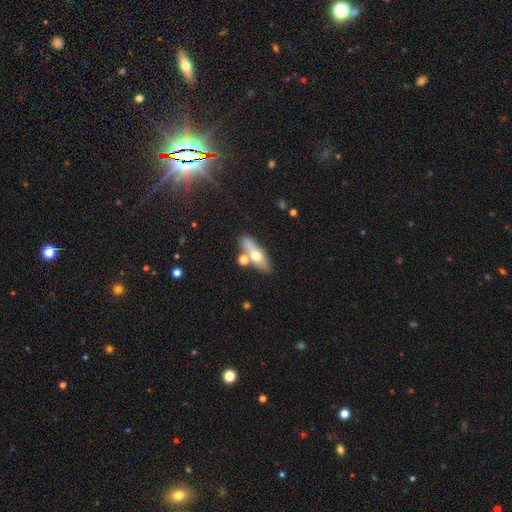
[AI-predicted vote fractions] Overall: smooth (56%; featured or disk 36%). How rounded: in between (54%; cigar-shaped 41%). Merging: none (69%).